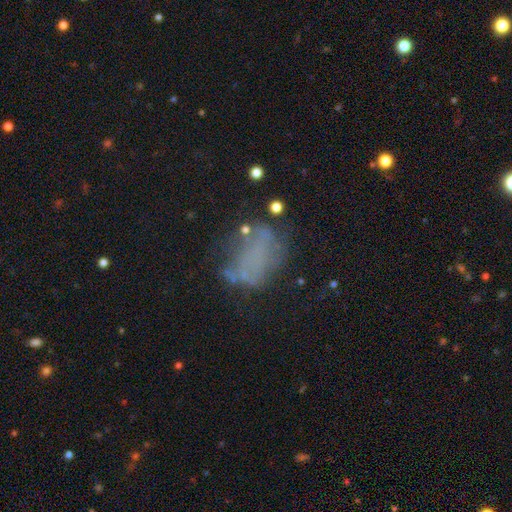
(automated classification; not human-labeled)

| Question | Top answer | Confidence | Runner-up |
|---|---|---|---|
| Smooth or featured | smooth | 40% | featured or disk (36%) |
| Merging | none | 45% | major disturbance (26%) |